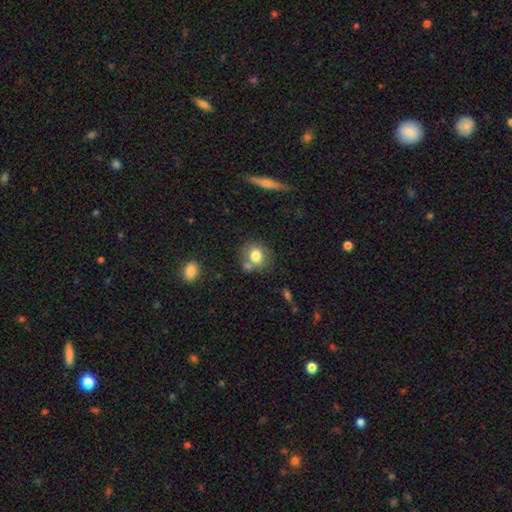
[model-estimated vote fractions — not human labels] This is likely a smooth galaxy (79%). How rounded: likely round (73%). Merging: possibly none (59%).